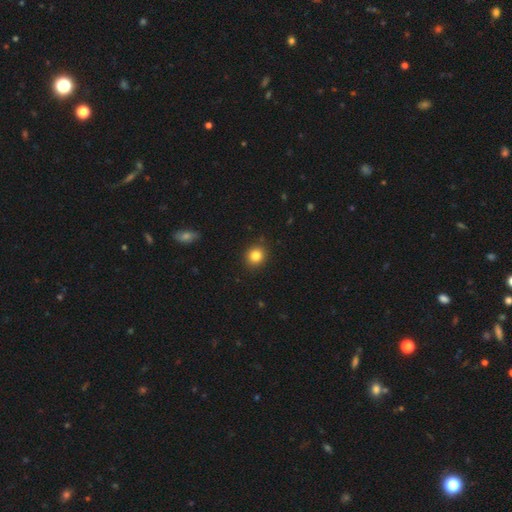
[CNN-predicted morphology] A smooth galaxy with no disk features (84%) that is round (84%). Merging: none (89%).